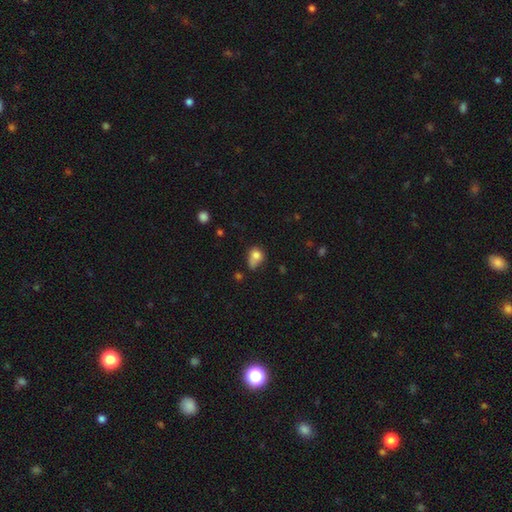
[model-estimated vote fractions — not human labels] Smooth or featured? smooth (76%)
How rounded? in between (52%)
Merging? minor disturbance (31%)